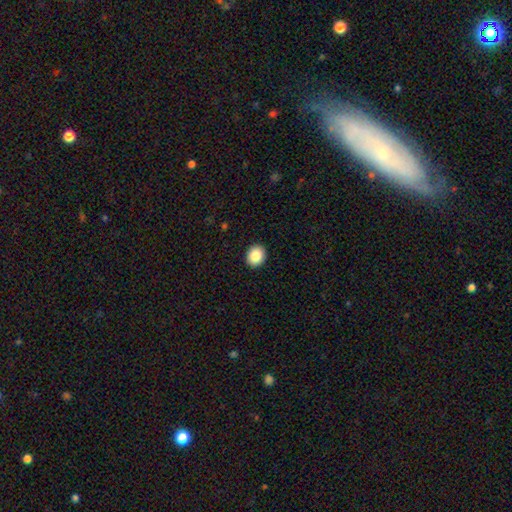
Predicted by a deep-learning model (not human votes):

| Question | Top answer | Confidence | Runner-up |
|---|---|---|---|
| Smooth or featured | smooth | 87% | star or artifact (8%) |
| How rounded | round | 64% | in between (35%) |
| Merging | none | 92% | minor disturbance (5%) |